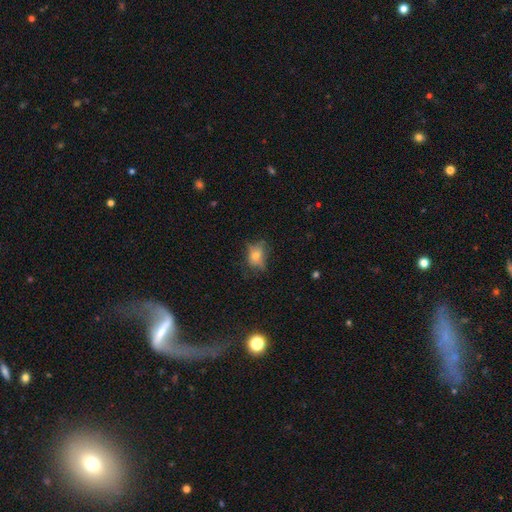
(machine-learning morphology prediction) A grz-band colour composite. It shows a smooth galaxy with no disk features (62%) that is in between round and cigar-shaped (59%). Merging: none (53%).